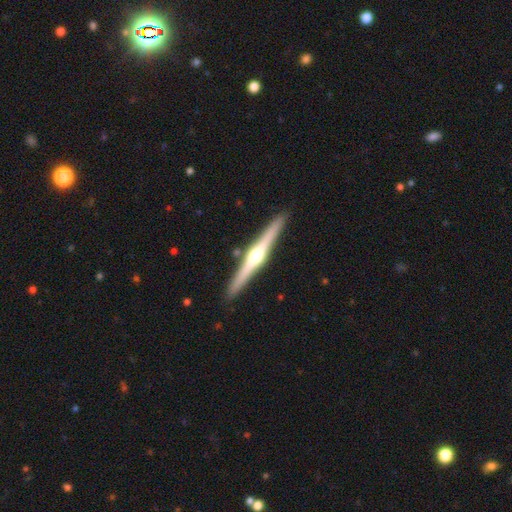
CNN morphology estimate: Smooth or featured? featured or disk (77%)
Edge-on disk? yes (98%)
Edge-on bulge? rounded (91%)
Merging? none (90%)